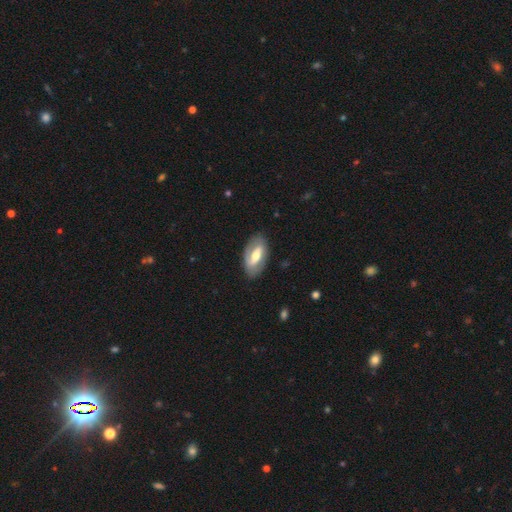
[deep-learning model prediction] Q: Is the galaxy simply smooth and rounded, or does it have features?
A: featured or disk — 61%.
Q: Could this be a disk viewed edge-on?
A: no — 89%.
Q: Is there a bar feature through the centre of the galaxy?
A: strong — 45%.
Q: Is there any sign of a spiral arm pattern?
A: yes — 58%.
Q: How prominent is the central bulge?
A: moderate — 66%.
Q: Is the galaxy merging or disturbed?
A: none — 81%.